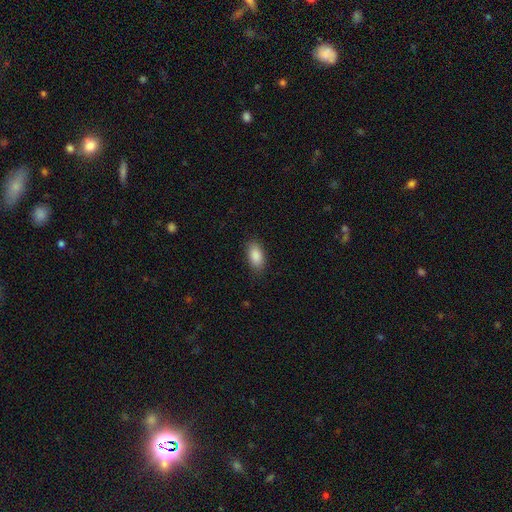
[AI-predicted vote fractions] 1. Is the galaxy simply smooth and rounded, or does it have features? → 89% smooth, 7% star or artifact, 4% featured or disk.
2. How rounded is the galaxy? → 93% in between, 4% cigar-shaped, 3% round.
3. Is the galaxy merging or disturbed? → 86% none, 11% minor disturbance, 3% major disturbance, 1% merger.